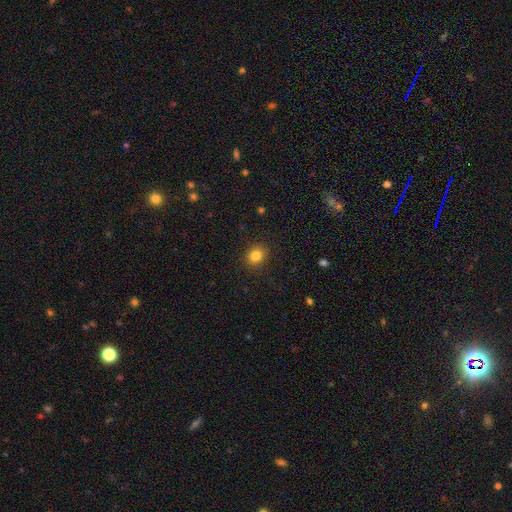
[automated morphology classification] Overall: smooth (84%). How rounded: round (68%; in between 31%). Merging: none (90%).